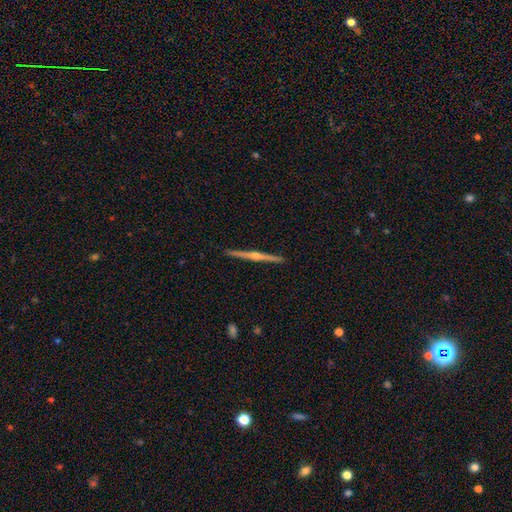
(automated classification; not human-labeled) Q: Smooth or featured?
A: featured or disk (78%); runner-up: smooth (15%)
Q: Edge-on disk?
A: yes (98%); runner-up: no (2%)
Q: Edge-on bulge?
A: rounded (78%); runner-up: none (16%)
Q: Merging?
A: none (91%); runner-up: minor disturbance (6%)